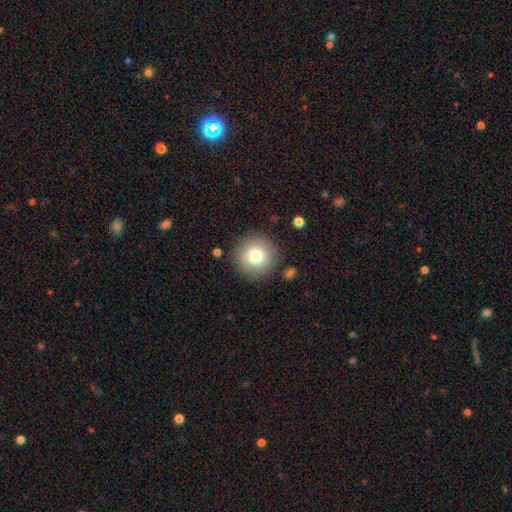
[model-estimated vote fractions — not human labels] The model was most divided on "smooth or featured": smooth: 79%, featured or disk: 11%, star or artifact: 10%. More confident: how rounded — round (96%); merging — none (88%).